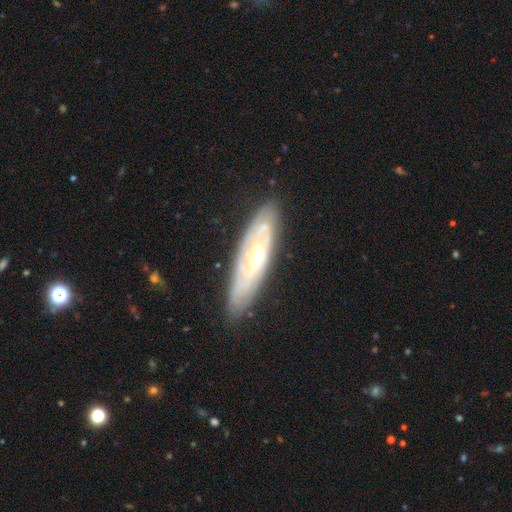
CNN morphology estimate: Smooth or featured? featured or disk (78%)
Edge-on disk? no (72%)
Bar? no (69%)
Spiral arms? yes (72%)
Bulge size? moderate (71%)
Merging? none (81%)